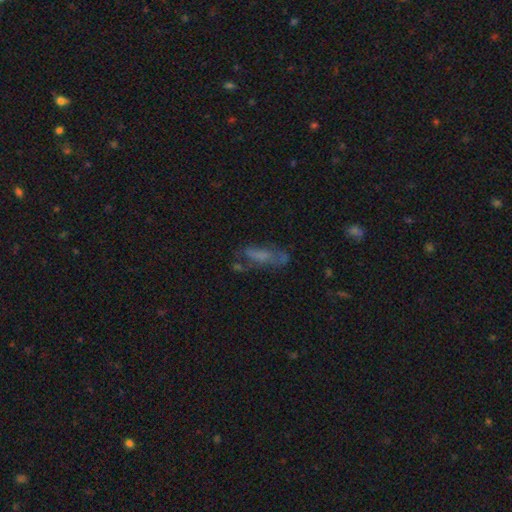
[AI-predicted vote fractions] Smooth or featured? featured or disk (40%)
Merging? none (53%)